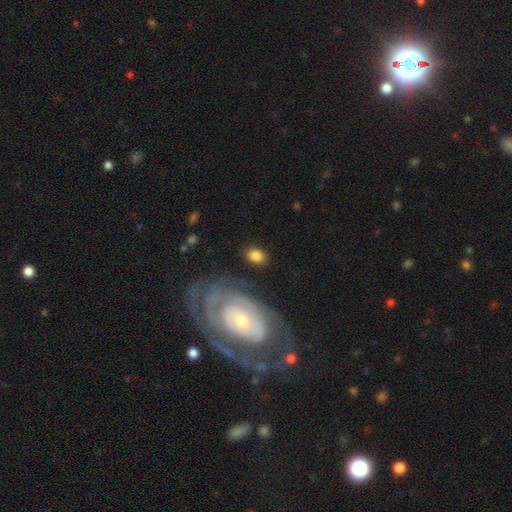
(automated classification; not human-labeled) smooth 77%, featured or disk 15%, star or artifact 7%. Down the decision tree: how rounded — in between (67%); merging — none (79%).